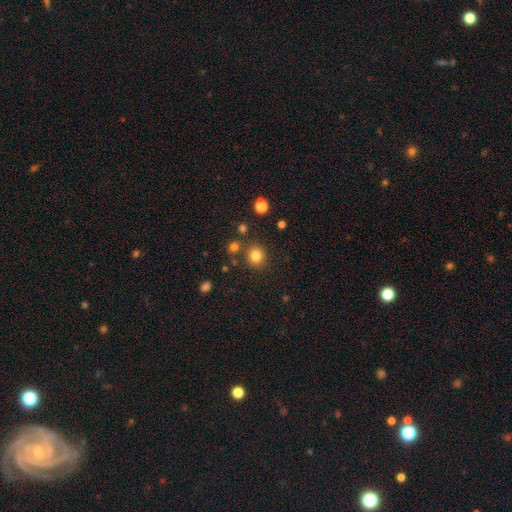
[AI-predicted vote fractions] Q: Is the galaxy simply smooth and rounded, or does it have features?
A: smooth — 81%.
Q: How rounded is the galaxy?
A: round — 87%.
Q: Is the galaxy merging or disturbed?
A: none — 83%.